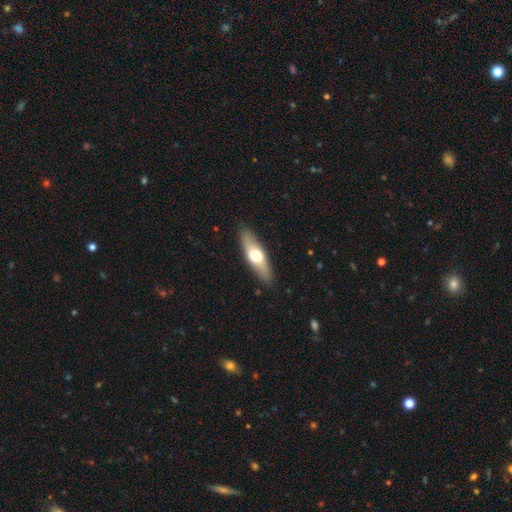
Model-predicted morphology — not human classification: This is possibly a smooth galaxy (54%). How rounded: possibly cigar-shaped (53%). Merging: clearly none (88%).